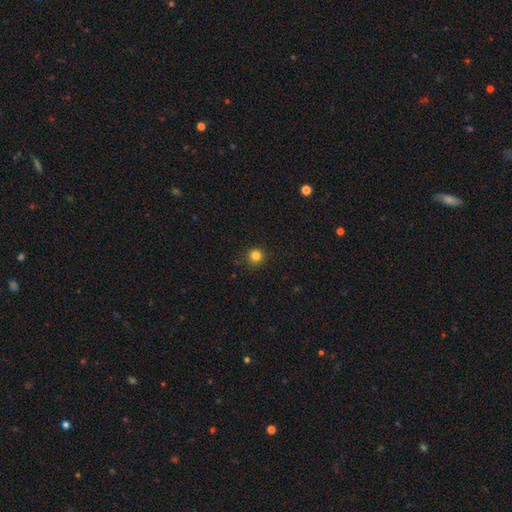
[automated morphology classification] This appears to be a smooth galaxy with no disk features (83%) that is round (95%). Merging: none (90%).